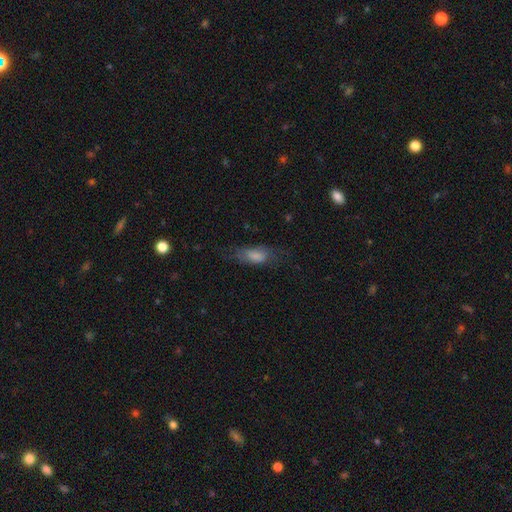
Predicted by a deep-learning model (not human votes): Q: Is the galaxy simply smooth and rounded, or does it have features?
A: smooth — 72%.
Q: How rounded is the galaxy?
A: in between — 79%.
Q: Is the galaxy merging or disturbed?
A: none — 51%.